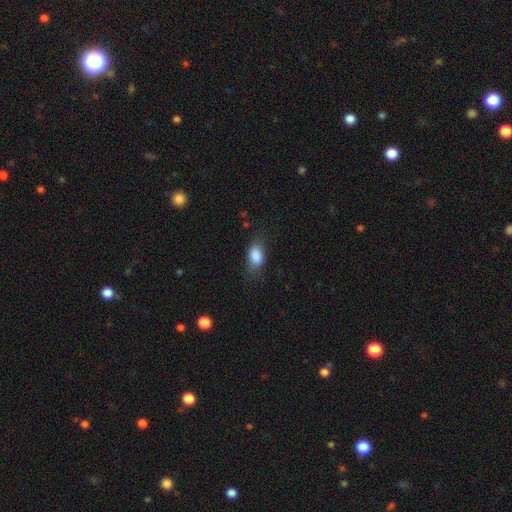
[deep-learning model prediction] smooth 85%, star or artifact 8%, featured or disk 7%. Down the decision tree: how rounded — in between (86%); merging — none (66%).